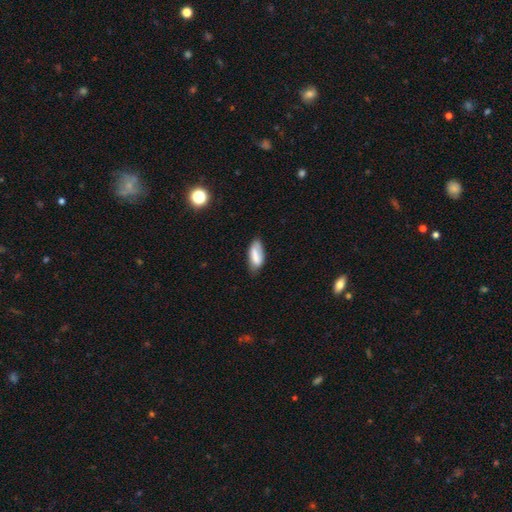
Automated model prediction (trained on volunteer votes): Smooth or featured? Predicted: smooth (p=0.74). How rounded? Predicted: in between (p=0.81). Merging? Predicted: none (p=0.62).